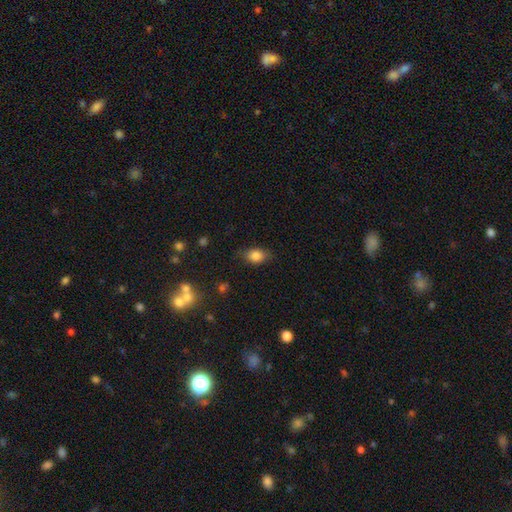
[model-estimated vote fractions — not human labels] Q: Smooth or featured?
A: smooth (82%); runner-up: star or artifact (9%)
Q: How rounded?
A: in between (75%); runner-up: round (22%)
Q: Merging?
A: none (78%); runner-up: minor disturbance (17%)